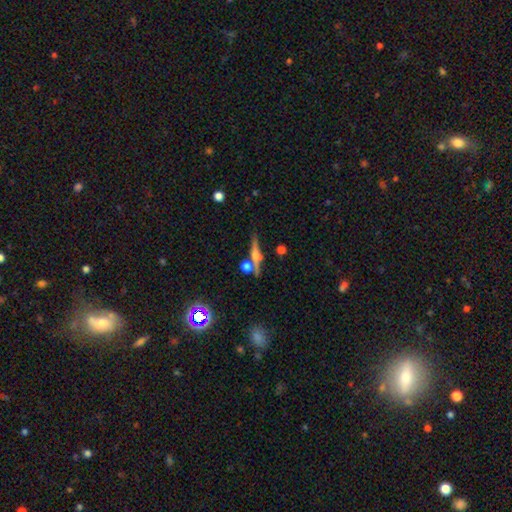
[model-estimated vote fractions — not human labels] Smooth or featured? featured or disk (54%)
Edge-on disk? yes (92%)
Edge-on bulge? rounded (70%)
Merging? none (67%)